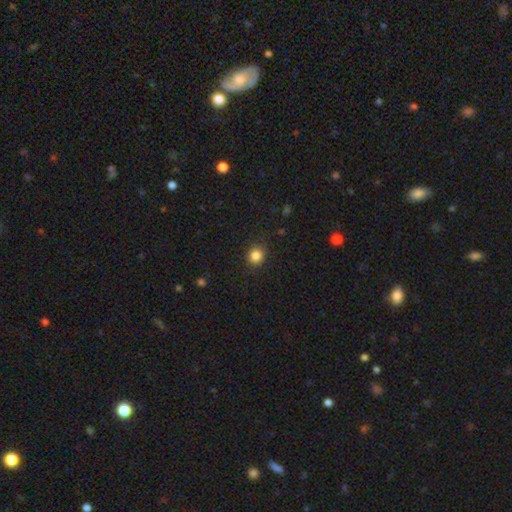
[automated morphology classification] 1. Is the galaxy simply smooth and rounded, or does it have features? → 85% smooth, 11% star or artifact, 4% featured or disk.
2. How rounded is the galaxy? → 84% round, 15% in between, 1% cigar-shaped.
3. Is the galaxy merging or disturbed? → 88% none, 9% minor disturbance, 2% major disturbance, 1% merger.